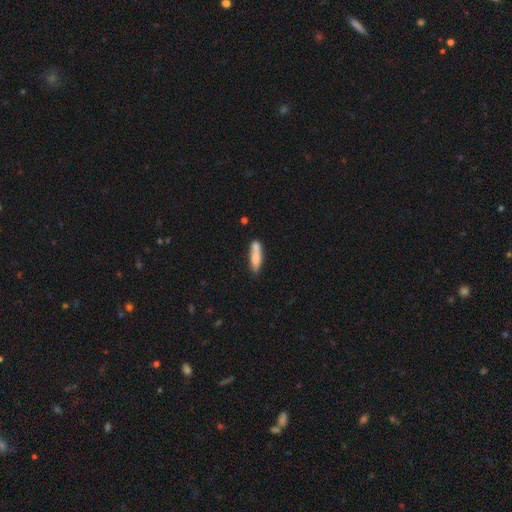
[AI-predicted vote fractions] Smooth or featured? smooth (73%)
How rounded? cigar-shaped (69%)
Merging? none (58%)